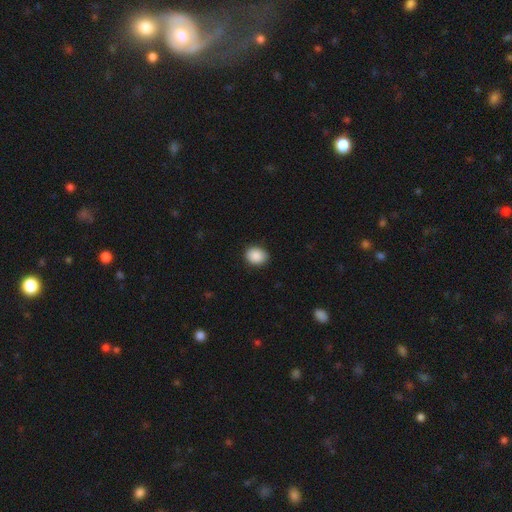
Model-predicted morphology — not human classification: A smooth galaxy with no disk features (89%) that is round (51%).

Vote fractions:
- Smooth or featured? smooth: 89% / star or artifact: 7% / featured or disk: 3%
- How rounded? round: 51% / in between: 48% / cigar-shaped: 1%
- Merging? none: 87% / minor disturbance: 10% / major disturbance: 2% / merger: 1%